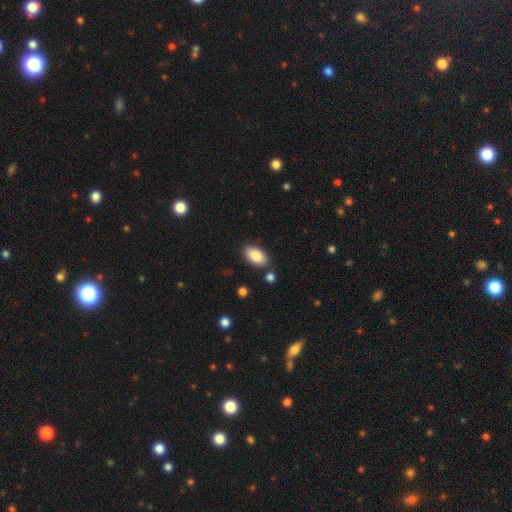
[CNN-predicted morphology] smooth_or_featured: smooth (p=0.87) [alt: featured or disk p=0.07]
how_rounded: in between (p=0.94) [alt: round p=0.04]
merging: none (p=0.82) [alt: minor disturbance p=0.11]